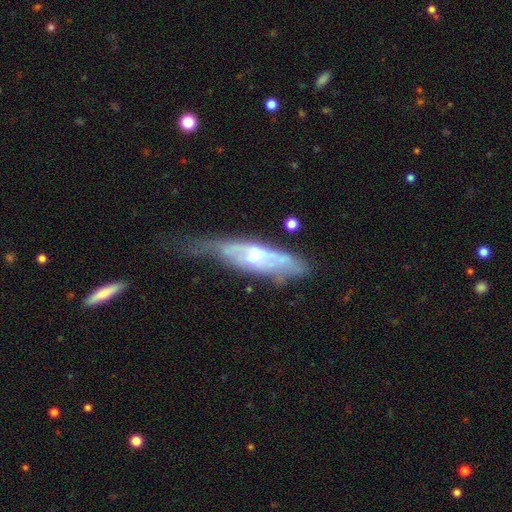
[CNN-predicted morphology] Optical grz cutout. It shows a featured or disk galaxy (67%) viewed edge-on (54%). Merging: minor disturbance (36%).